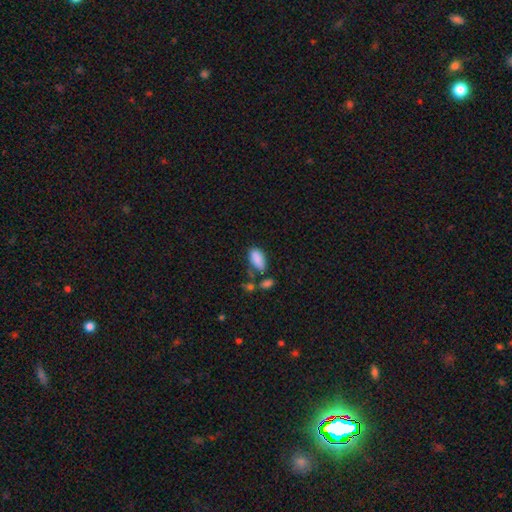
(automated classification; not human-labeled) A smooth galaxy with no disk features (86%) that is in between round and cigar-shaped (91%). Merging: none (55%).